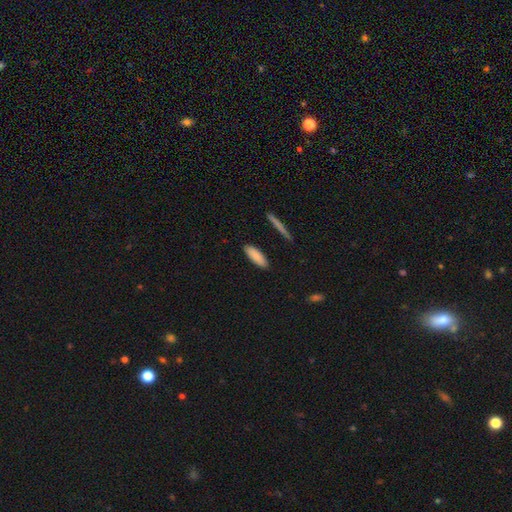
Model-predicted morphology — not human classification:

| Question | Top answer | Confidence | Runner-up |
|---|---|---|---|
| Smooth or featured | smooth | 87% | featured or disk (7%) |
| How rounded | in between | 60% | cigar-shaped (38%) |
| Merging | none | 88% | minor disturbance (9%) |